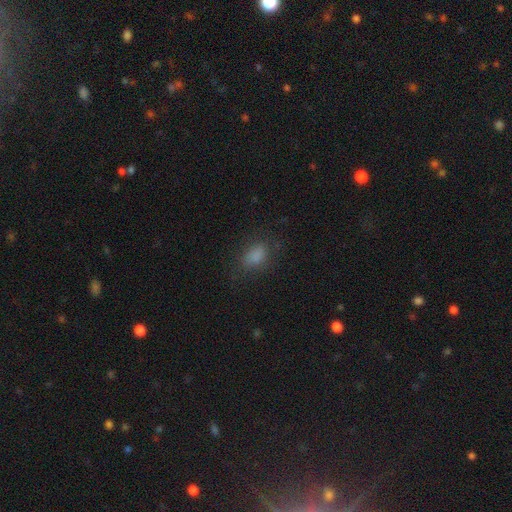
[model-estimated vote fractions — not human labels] Morphology: type=smooth (82%); roundness=in between (84%); merging=none (75%).